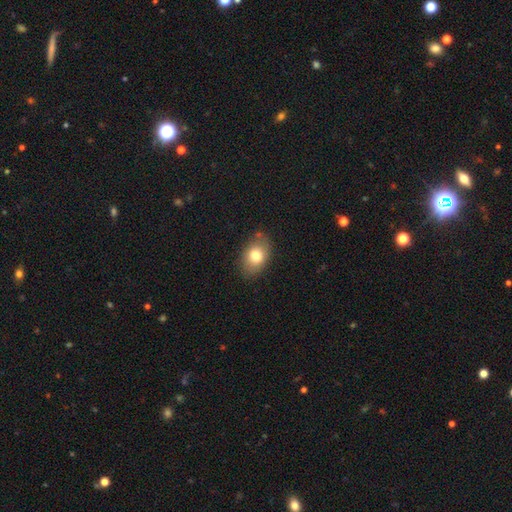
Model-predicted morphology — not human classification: This appears to be a smooth galaxy with no disk features (77%) that is in between round and cigar-shaped (81%). Merging: none (77%).